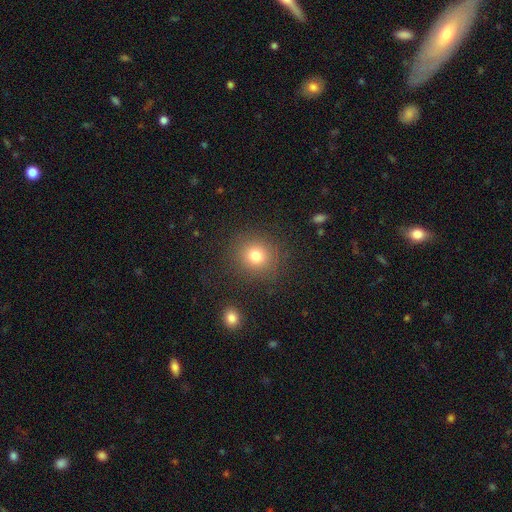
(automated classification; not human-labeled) Smooth or featured? smooth (78%)
How rounded? round (86%)
Merging? none (86%)